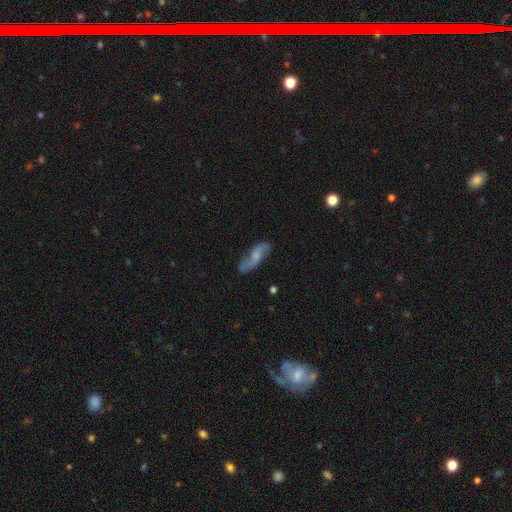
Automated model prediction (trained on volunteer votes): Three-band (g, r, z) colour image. It shows a featured or disk galaxy (60%) with no bar (55%), spiral arms (89%) and a small central bulge (40%). Merging: none (69%).